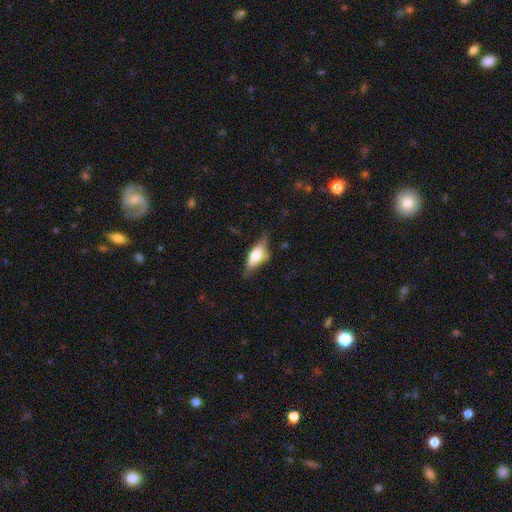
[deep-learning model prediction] A smooth galaxy with no disk features (49%). Merging: none (62%).